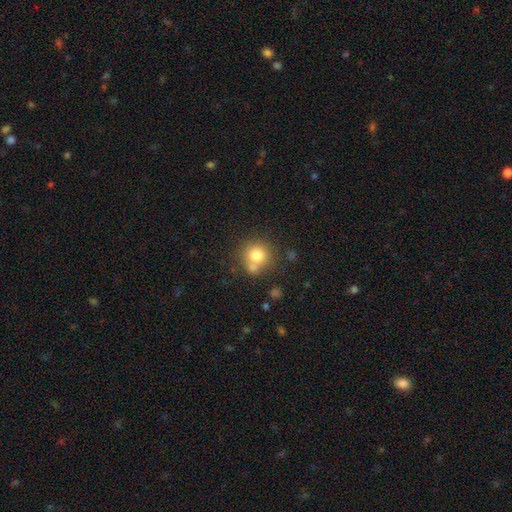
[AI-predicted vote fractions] Overall: smooth (77%). How rounded: round (89%). Merging: none (59%; merger 24%).